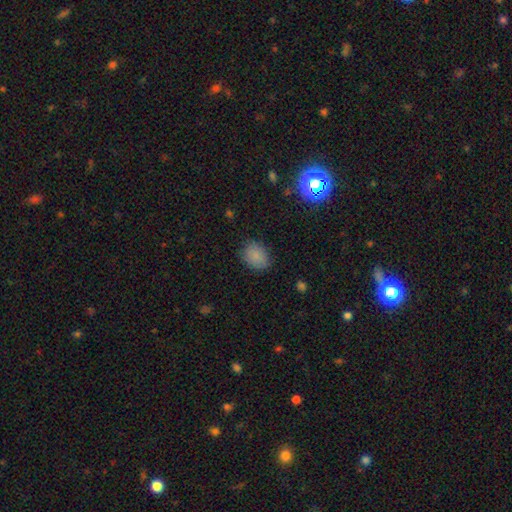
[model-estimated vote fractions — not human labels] Smooth or featured? smooth (86%)
How rounded? in between (61%)
Merging? none (83%)